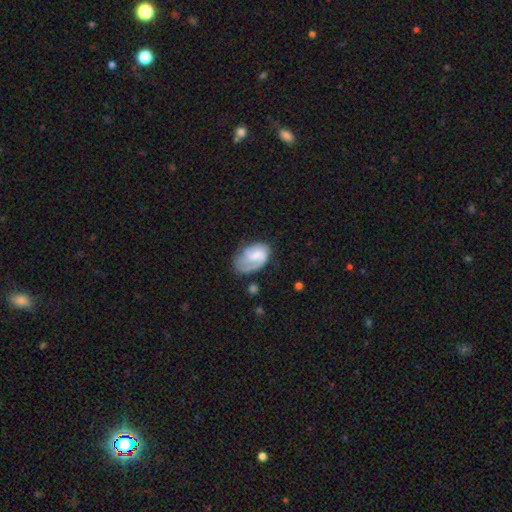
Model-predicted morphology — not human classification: The model was most divided on "bar": no: 47%, weak: 44%, strong: 9%. Remaining: edge-on disk — no (97%); spiral arms — yes (83%); smooth or featured — featured or disk (57%); merging — none (45%); bulge size — small (41%).